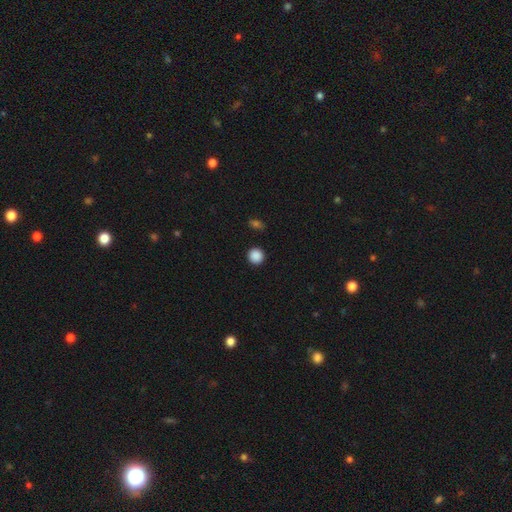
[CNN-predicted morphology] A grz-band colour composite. It shows a smooth galaxy with no disk features (89%) that is round (94%). Merging: none (93%).